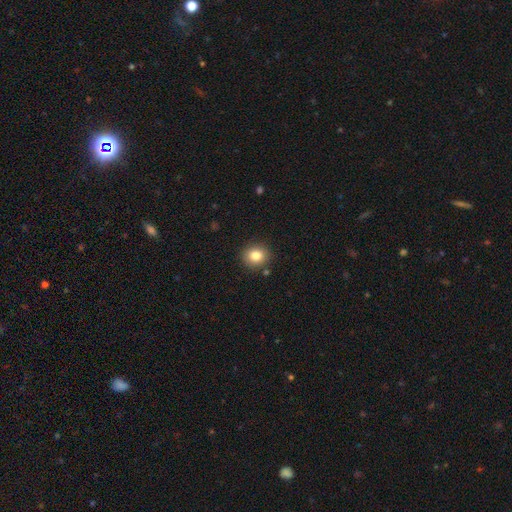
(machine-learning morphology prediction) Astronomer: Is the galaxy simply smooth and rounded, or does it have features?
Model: smooth — 83%.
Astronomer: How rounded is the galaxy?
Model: round — 80%.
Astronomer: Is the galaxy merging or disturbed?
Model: none — 88%.